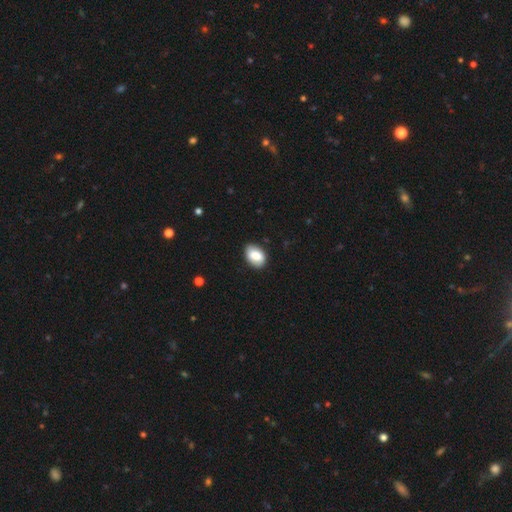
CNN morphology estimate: smooth 83%, featured or disk 10%, star or artifact 7%. Down the decision tree: how rounded — in between (85%); merging — none (83%).